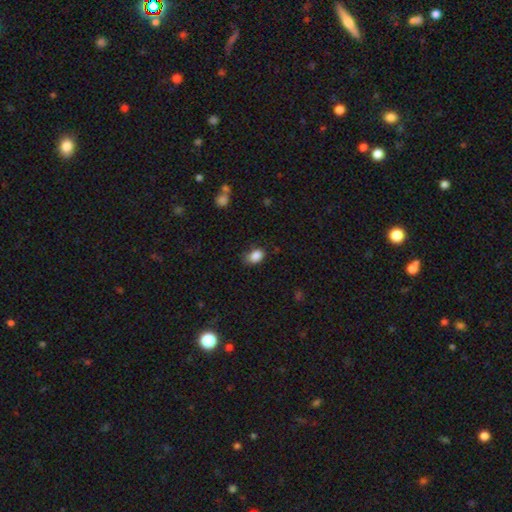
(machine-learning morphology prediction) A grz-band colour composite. It shows a smooth galaxy with no disk features (86%) that is in between round and cigar-shaped (82%). Merging: none (63%).